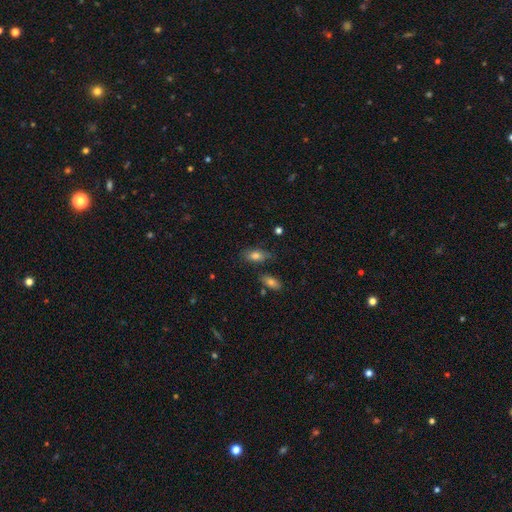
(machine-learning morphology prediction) Smooth or featured? Predicted: smooth (p=0.79). How rounded? Predicted: in between (p=0.87). Merging? Predicted: none (p=0.70).